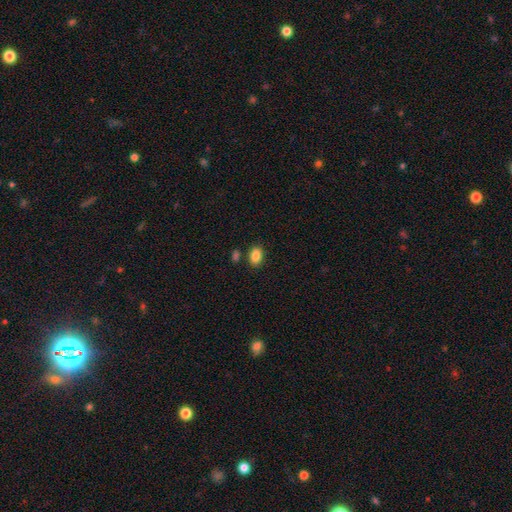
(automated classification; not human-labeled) Q: Smooth or featured?
A: smooth (87%); runner-up: star or artifact (9%)
Q: How rounded?
A: in between (84%); runner-up: round (15%)
Q: Merging?
A: none (81%); runner-up: minor disturbance (10%)